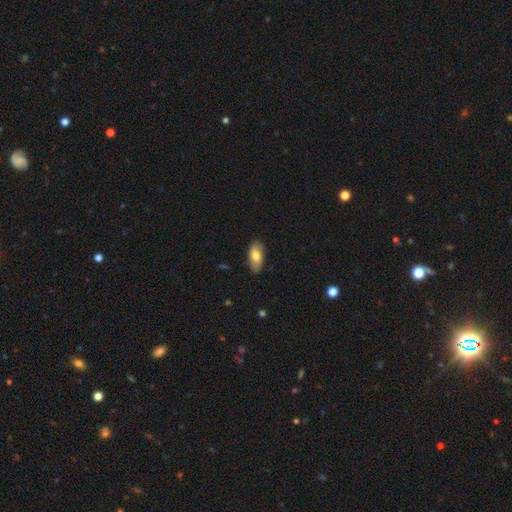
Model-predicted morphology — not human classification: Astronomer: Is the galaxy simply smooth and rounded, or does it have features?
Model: smooth — 72%.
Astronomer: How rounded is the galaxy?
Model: in between — 90%.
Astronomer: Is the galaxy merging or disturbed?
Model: none — 84%.